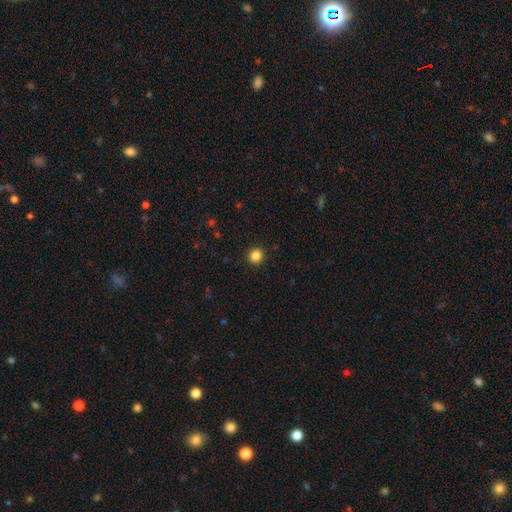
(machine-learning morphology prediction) Q: Smooth or featured?
A: smooth (85%); runner-up: star or artifact (12%)
Q: How rounded?
A: round (93%); runner-up: in between (6%)
Q: Merging?
A: none (93%); runner-up: minor disturbance (5%)